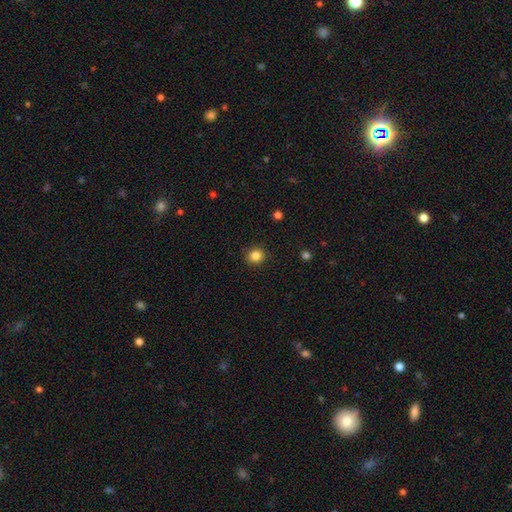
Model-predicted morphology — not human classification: Smooth or featured? smooth (85%)
How rounded? round (84%)
Merging? none (90%)